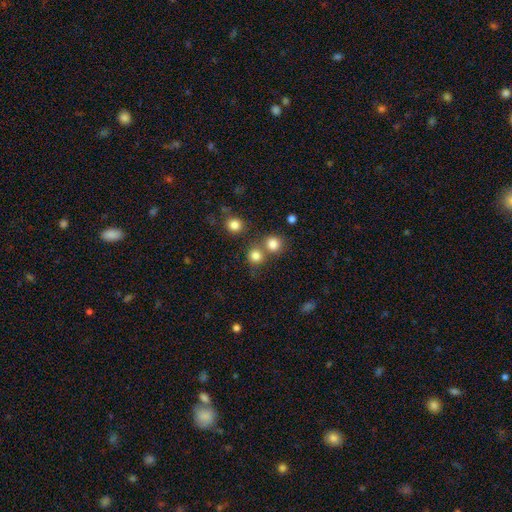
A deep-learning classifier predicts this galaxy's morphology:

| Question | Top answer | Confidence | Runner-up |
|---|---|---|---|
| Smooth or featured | smooth | 80% | star or artifact (14%) |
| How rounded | round | 90% | in between (10%) |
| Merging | none | 61% | merger (29%) |